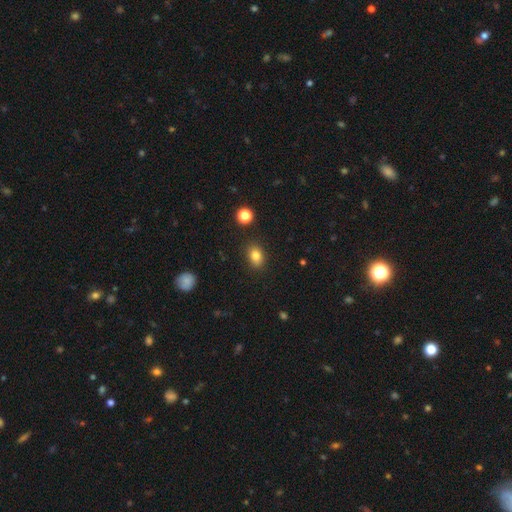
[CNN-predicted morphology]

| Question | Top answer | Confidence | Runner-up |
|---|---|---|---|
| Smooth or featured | smooth | 82% | star or artifact (11%) |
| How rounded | in between | 68% | round (31%) |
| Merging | none | 85% | minor disturbance (10%) |